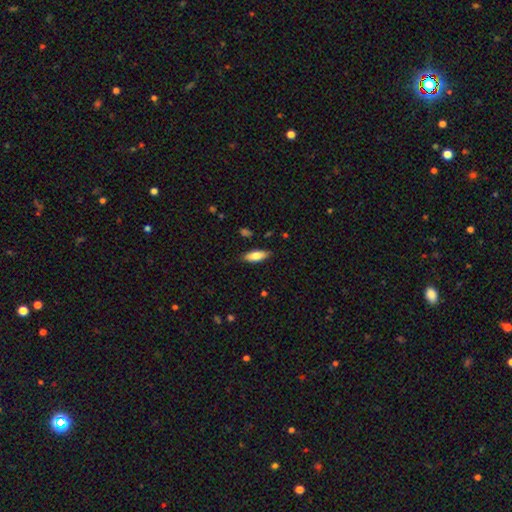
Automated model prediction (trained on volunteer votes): The model was most divided on "how rounded": in between: 69%, cigar-shaped: 29%, round: 2%. More confident: merging — none (86%); smooth or featured — smooth (76%).